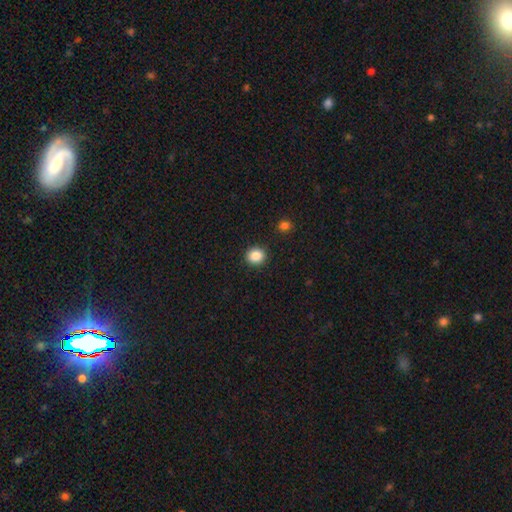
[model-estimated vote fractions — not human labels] A smooth galaxy with no disk features (87%) that is round (85%). Merging: none (91%).